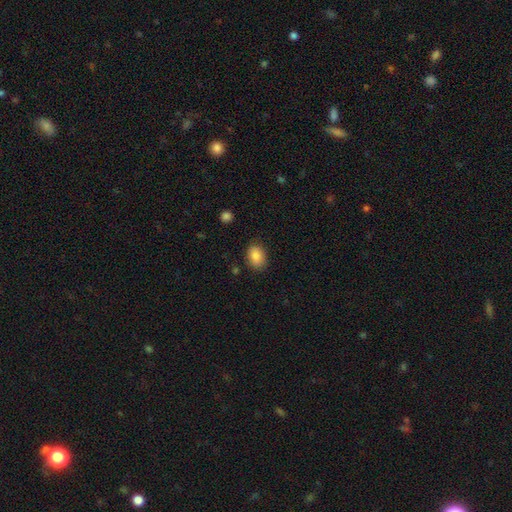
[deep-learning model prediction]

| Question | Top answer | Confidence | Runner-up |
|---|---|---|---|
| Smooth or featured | smooth | 86% | star or artifact (8%) |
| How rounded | in between | 73% | round (26%) |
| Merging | none | 84% | minor disturbance (12%) |